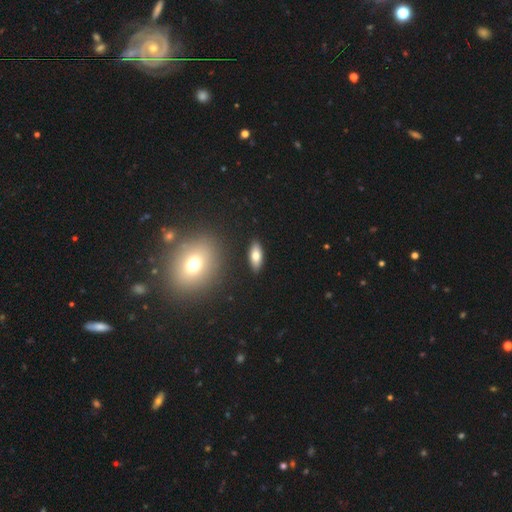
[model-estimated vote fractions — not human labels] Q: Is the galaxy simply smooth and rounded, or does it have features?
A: smooth — 72%.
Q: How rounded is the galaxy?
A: in between — 77%.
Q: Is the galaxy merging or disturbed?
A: none — 89%.